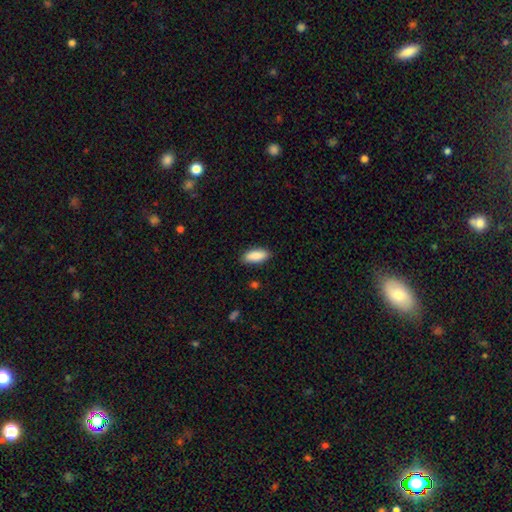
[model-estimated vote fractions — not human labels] A smooth galaxy with no disk features (90%) that is in between round and cigar-shaped (81%).

Vote fractions:
- Smooth or featured? smooth: 90% / star or artifact: 6% / featured or disk: 4%
- How rounded? in between: 81% / cigar-shaped: 17% / round: 2%
- Merging? none: 87% / minor disturbance: 10% / major disturbance: 2% / merger: 1%